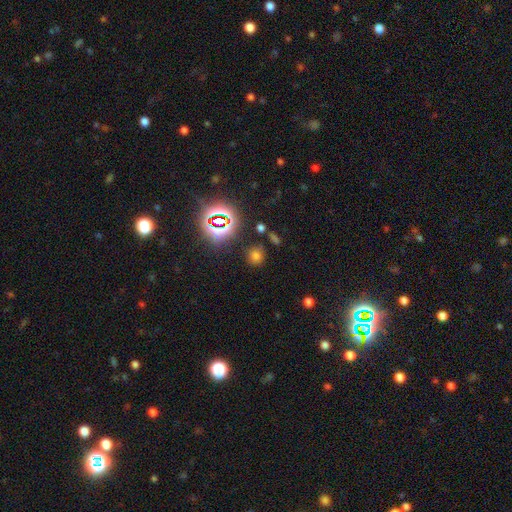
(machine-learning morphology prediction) smooth-or-featured: smooth: 63% | star or artifact: 31% | featured or disk: 7%
  how-rounded: round: 81% | in between: 18% | cigar-shaped: 1%
  merging: none: 82% | minor disturbance: 10% | merger: 4% | major disturbance: 4%